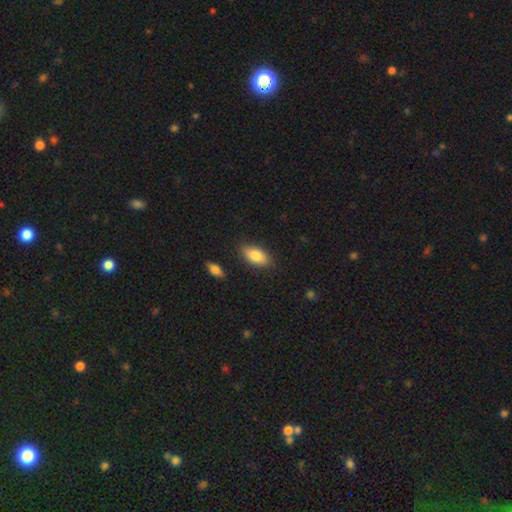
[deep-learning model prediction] Q: Smooth or featured?
A: smooth (83%); runner-up: featured or disk (10%)
Q: How rounded?
A: in between (89%); runner-up: cigar-shaped (8%)
Q: Merging?
A: none (84%); runner-up: minor disturbance (11%)